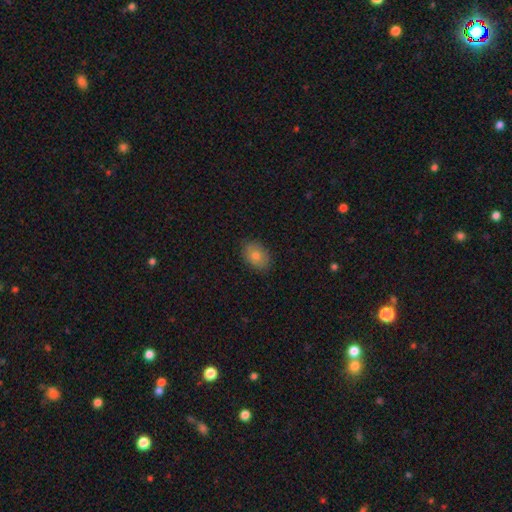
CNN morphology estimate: A smooth galaxy with no disk features (78%) that is in between round and cigar-shaped (78%).

Vote fractions:
- Smooth or featured? smooth: 78% / featured or disk: 12% / star or artifact: 10%
- How rounded? in between: 78% / round: 21% / cigar-shaped: 1%
- Merging? none: 86% / minor disturbance: 11% / major disturbance: 2% / merger: 1%